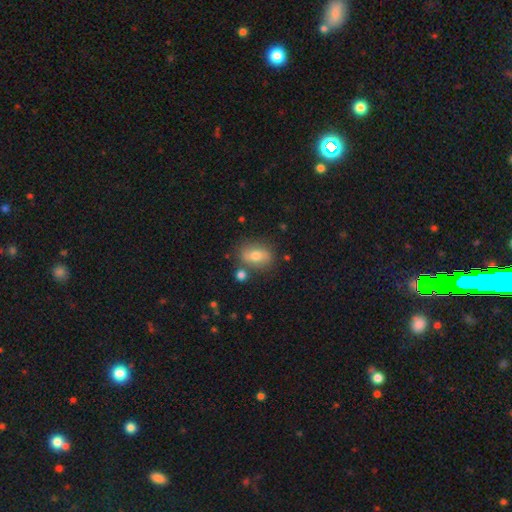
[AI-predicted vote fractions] Smooth or featured: smooth — 63% (featured or disk — 27%)
How rounded: in between — 74% (round — 23%)
Merging: none — 76% (minor disturbance — 13%)